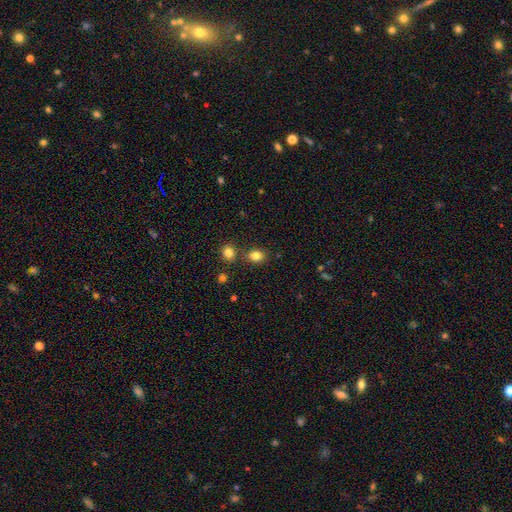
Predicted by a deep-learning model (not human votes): Smooth or featured?
  - smooth: 82% *
  - star or artifact: 12%
  - featured or disk: 6%
How rounded?
  - in between: 53% *
  - round: 46%
  - cigar-shaped: 1%
Merging?
  - none: 75% *
  - merger: 12%
  - minor disturbance: 11%
  - major disturbance: 3%